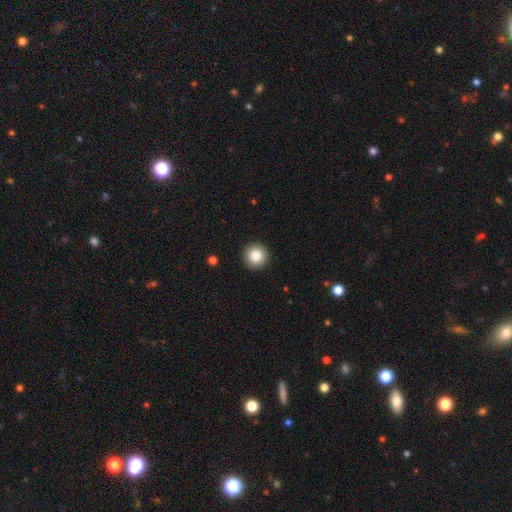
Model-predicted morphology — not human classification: A smooth galaxy with no disk features (84%) that is round (96%). Merging: none (93%).